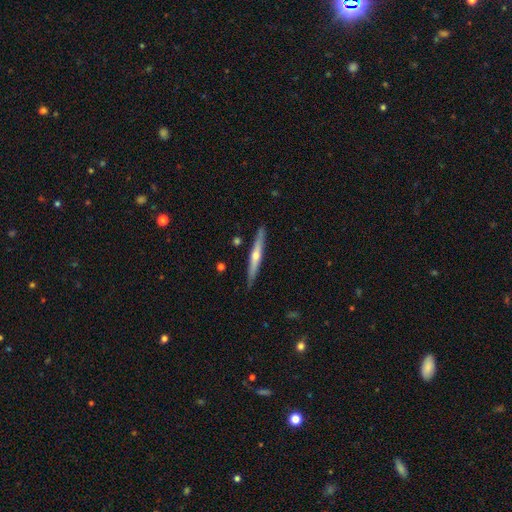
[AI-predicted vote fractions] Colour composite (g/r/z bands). It shows a featured or disk galaxy (64%) viewed edge-on (96%) with a rounded central bulge (81%). Merging: none (89%).